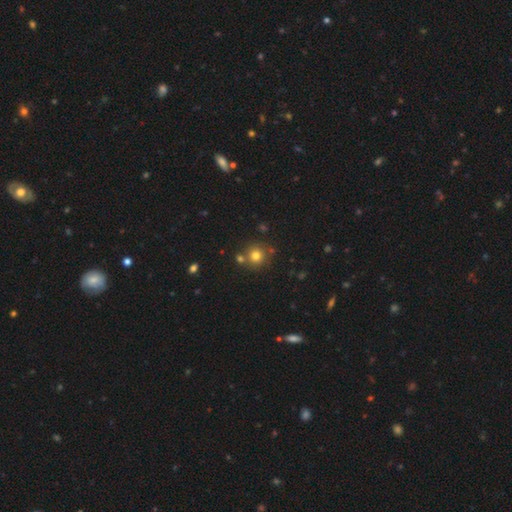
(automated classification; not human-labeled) smooth_or_featured: smooth (p=0.76) [alt: star or artifact p=0.15]
how_rounded: round (p=0.92) [alt: in between p=0.07]
merging: none (p=0.74) [alt: merger p=0.15]